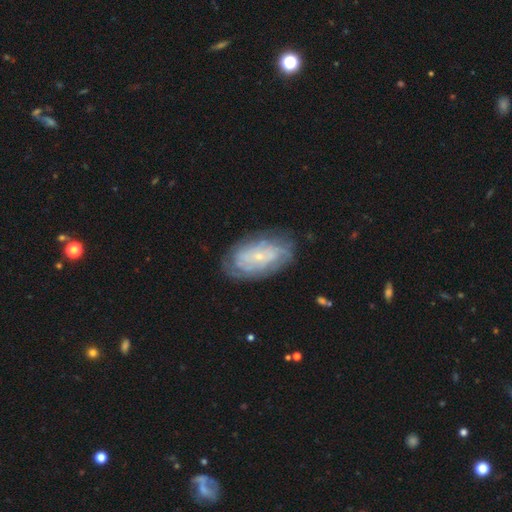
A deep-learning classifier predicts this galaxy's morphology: Smooth or featured?
  - featured or disk: 63% *
  - smooth: 27%
  - star or artifact: 10%
Edge-on disk?
  - no: 92% *
  - yes: 8%
Bar?
  - no: 62% *
  - weak: 30%
  - strong: 9%
Spiral arms?
  - yes: 79% *
  - no: 21%
Bulge size?
  - small: 77% *
  - moderate: 18%
  - none: 3%
  - large: 1%
  - dominant: 1%
Merging?
  - none: 78% *
  - minor disturbance: 15%
  - major disturbance: 5%
  - merger: 1%